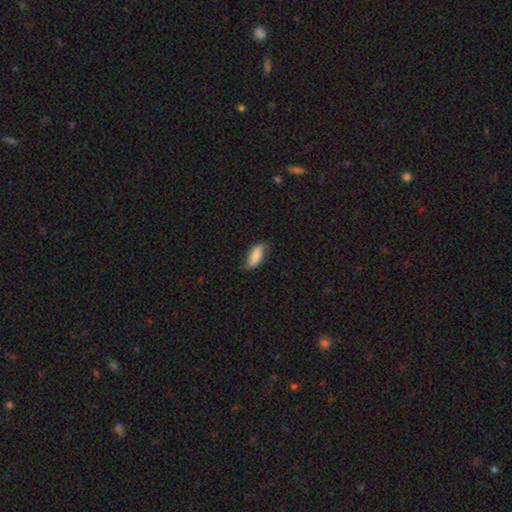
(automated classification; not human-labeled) This is likely a smooth galaxy (71%). How rounded: clearly in between (82%). Merging: likely none (65%).